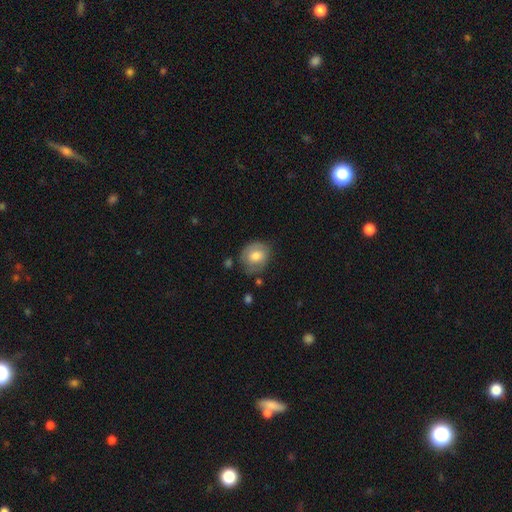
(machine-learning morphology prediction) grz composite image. It shows a smooth galaxy with no disk features (65%) that is round (67%). Merging: none (67%).